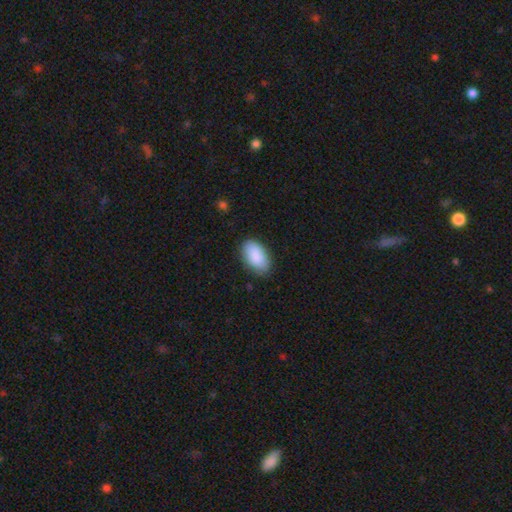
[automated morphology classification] Q: Smooth or featured?
A: smooth (89%); runner-up: star or artifact (6%)
Q: How rounded?
A: in between (94%); runner-up: round (4%)
Q: Merging?
A: none (82%); runner-up: minor disturbance (14%)